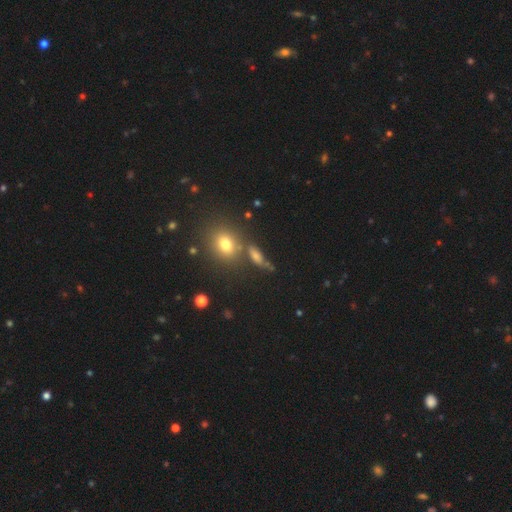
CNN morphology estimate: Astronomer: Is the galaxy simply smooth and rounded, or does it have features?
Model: smooth — 43% (runner-up: featured or disk, 33%).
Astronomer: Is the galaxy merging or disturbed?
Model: none — 64%.